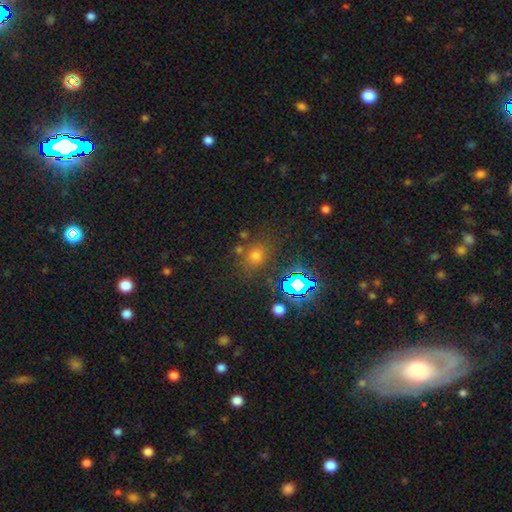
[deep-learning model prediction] Smooth or featured?
  - smooth: 56% *
  - star or artifact: 34%
  - featured or disk: 9%
How rounded?
  - round: 65% *
  - in between: 33%
  - cigar-shaped: 2%
Merging?
  - none: 73% *
  - minor disturbance: 13%
  - merger: 8%
  - major disturbance: 5%